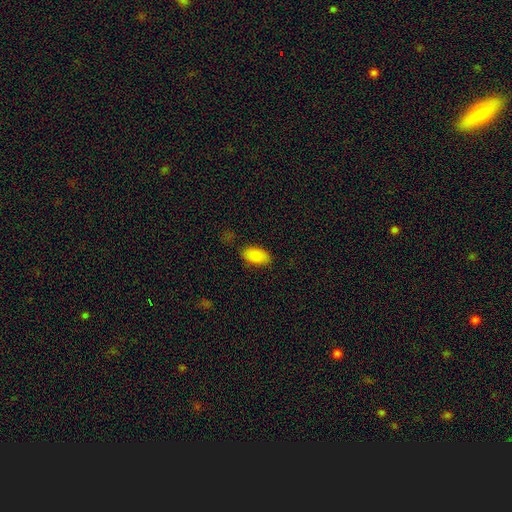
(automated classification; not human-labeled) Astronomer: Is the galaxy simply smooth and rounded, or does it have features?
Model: smooth — 88%.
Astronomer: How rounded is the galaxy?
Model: in between — 94%.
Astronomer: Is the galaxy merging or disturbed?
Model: none — 81%.